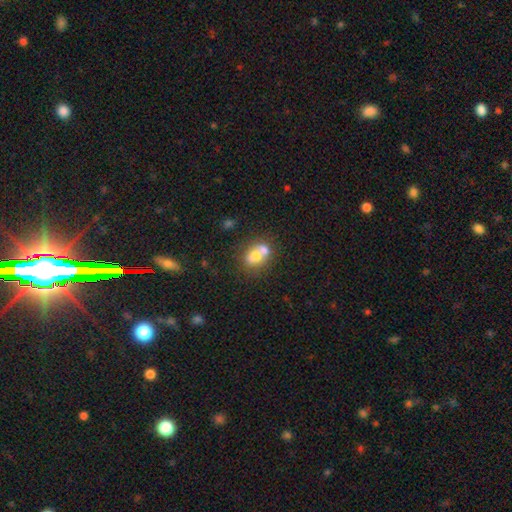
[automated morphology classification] Overall: smooth (62%; featured or disk 28%). How rounded: round (53%; in between 46%). Merging: merger (59%; none 29%).